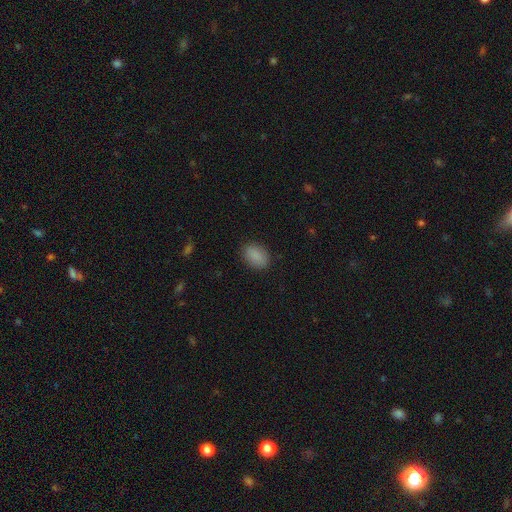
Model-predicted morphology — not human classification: Smooth or featured? smooth (88%)
How rounded? in between (84%)
Merging? none (87%)